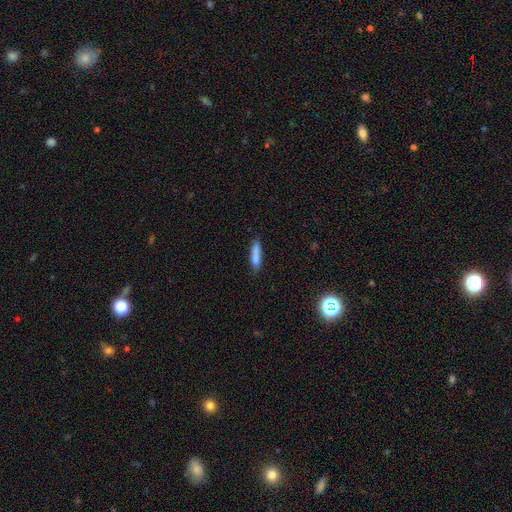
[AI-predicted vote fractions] Smooth or featured? smooth (80%)
How rounded? cigar-shaped (78%)
Merging? none (76%)